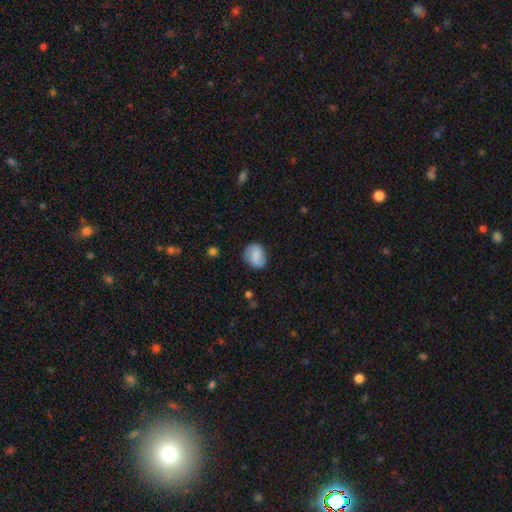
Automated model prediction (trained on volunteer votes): A smooth galaxy with no disk features (75%) that is in between round and cigar-shaped (52%). Merging: none (76%).